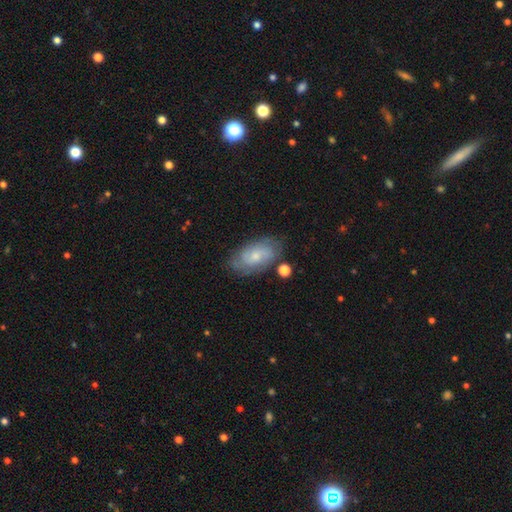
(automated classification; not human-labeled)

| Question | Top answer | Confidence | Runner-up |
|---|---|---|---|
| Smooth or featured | featured or disk | 52% | smooth (41%) |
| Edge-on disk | no | 94% | yes (6%) |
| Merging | none | 72% | minor disturbance (19%) |